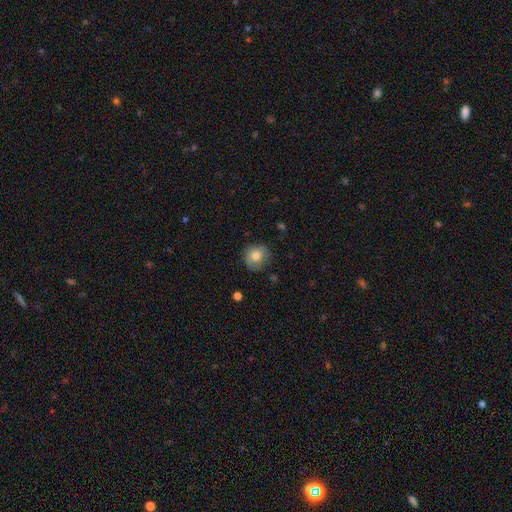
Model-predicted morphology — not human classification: This appears to be a smooth galaxy with no disk features (76%) that is round (87%). Merging: none (73%).